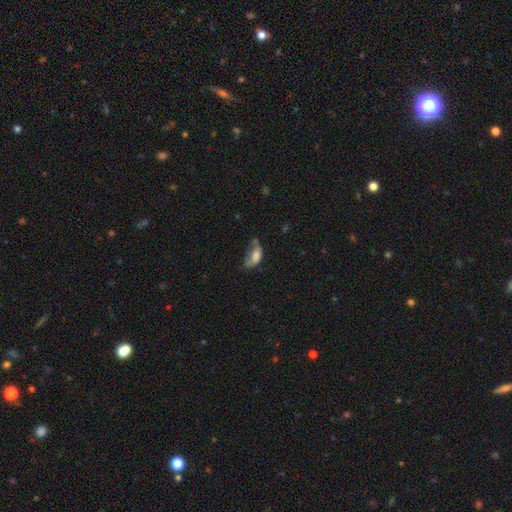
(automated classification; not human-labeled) Smooth or featured?
  - smooth: 64% *
  - featured or disk: 26%
  - star or artifact: 10%
How rounded?
  - in between: 89% *
  - round: 5%
  - cigar-shaped: 5%
Merging?
  - major disturbance: 38% *
  - minor disturbance: 31%
  - none: 23%
  - merger: 7%